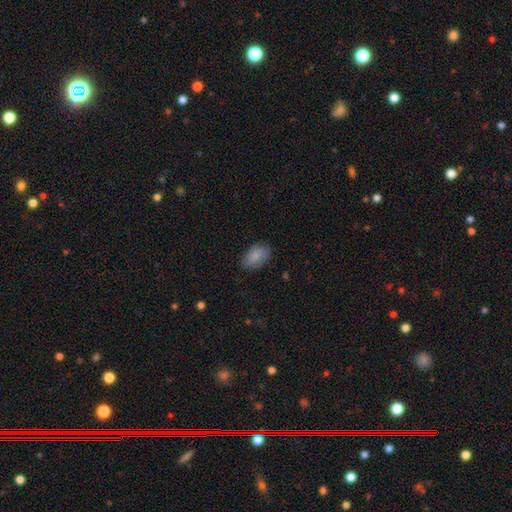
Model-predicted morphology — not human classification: smooth_or_featured: smooth (p=0.84) [alt: featured or disk p=0.09]
how_rounded: in between (p=0.91) [alt: round p=0.08]
merging: none (p=0.76) [alt: minor disturbance p=0.18]